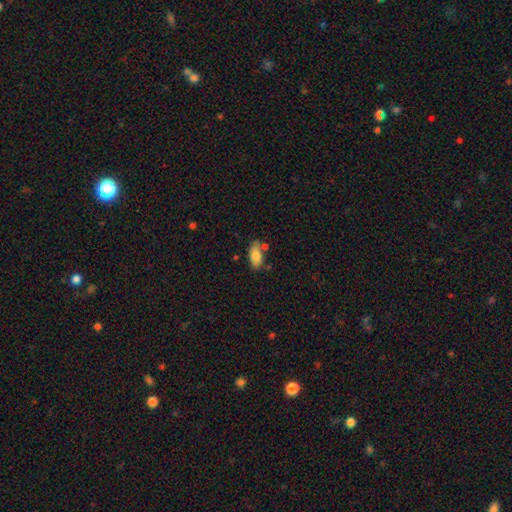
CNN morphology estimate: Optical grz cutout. It shows a smooth galaxy with no disk features (80%) that is in between round and cigar-shaped (91%). Merging: none (60%).